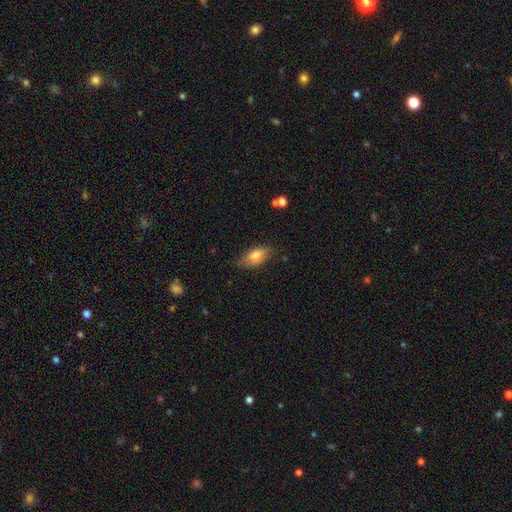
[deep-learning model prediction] smooth_or_featured: smooth (p=0.74) [alt: featured or disk p=0.19]
how_rounded: in between (p=0.87) [alt: cigar-shaped p=0.08]
merging: none (p=0.70) [alt: minor disturbance p=0.24]